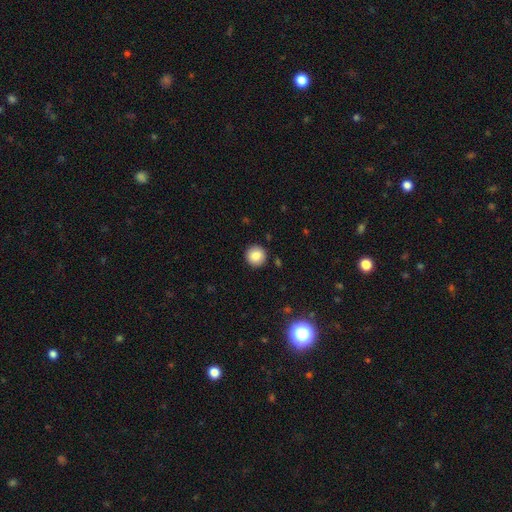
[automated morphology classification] Smooth or featured: smooth — 85% (star or artifact — 9%)
How rounded: round — 95% (in between — 4%)
Merging: none — 92% (minor disturbance — 5%)